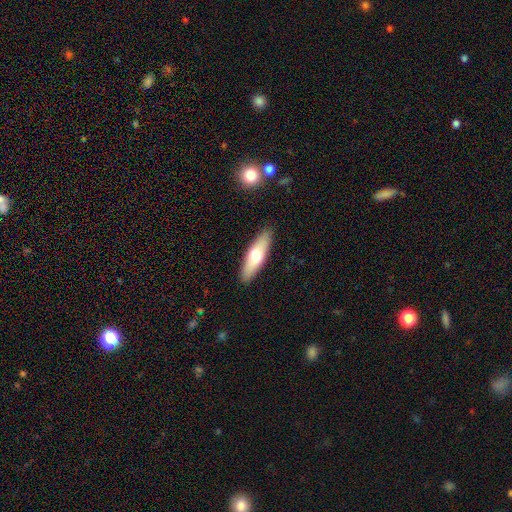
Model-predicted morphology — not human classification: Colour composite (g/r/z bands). It shows a smooth galaxy with no disk features (62%) that is cigar-shaped (56%). Merging: none (89%).